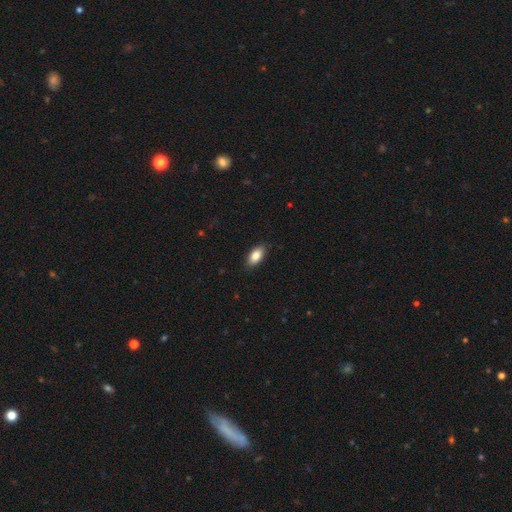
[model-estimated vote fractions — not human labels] Smooth or featured? smooth (85%)
How rounded? in between (91%)
Merging? none (87%)